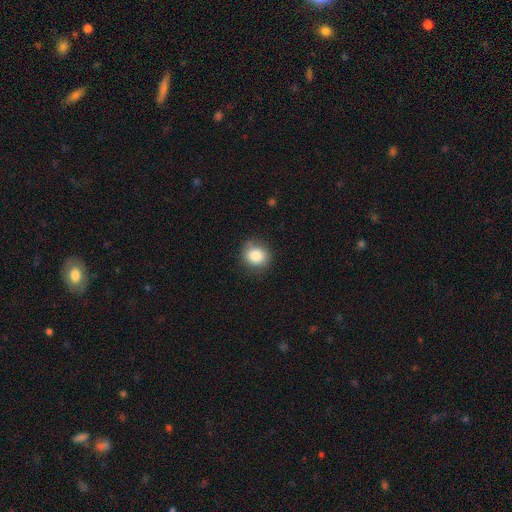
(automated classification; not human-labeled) smooth_or_featured: smooth (p=0.84) [alt: star or artifact p=0.09]
how_rounded: round (p=0.80) [alt: in between p=0.19]
merging: none (p=0.81) [alt: minor disturbance p=0.14]